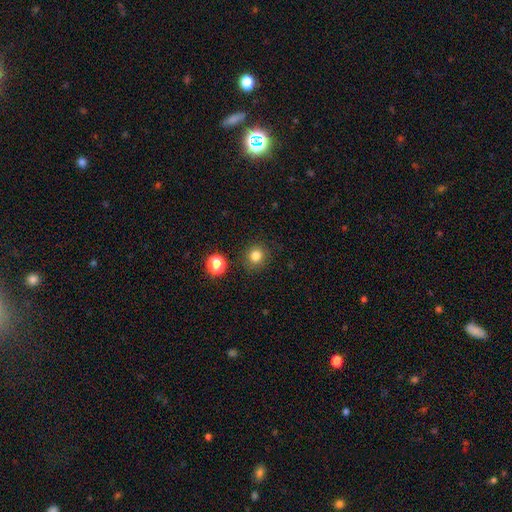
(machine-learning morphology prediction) smooth 81%, star or artifact 13%, featured or disk 5%. Down the decision tree: how rounded — round (89%); merging — none (87%).